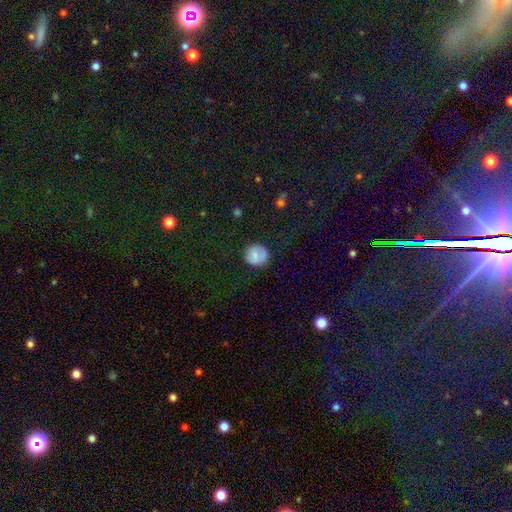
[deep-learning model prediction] Overall: smooth (77%). How rounded: round (87%). Merging: none (78%).